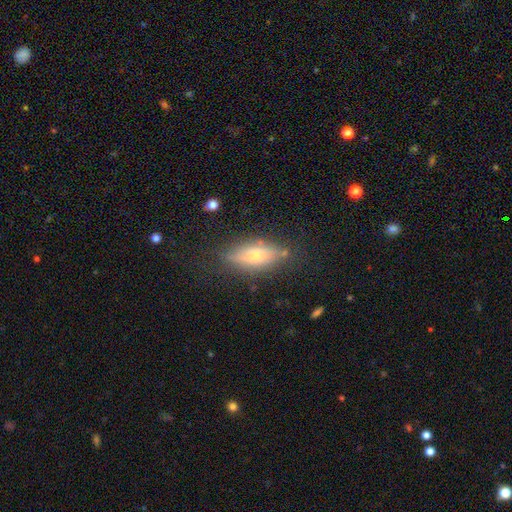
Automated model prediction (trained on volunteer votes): smooth 48%, featured or disk 43%, star or artifact 9%. Down the decision tree: merging — none (76%).